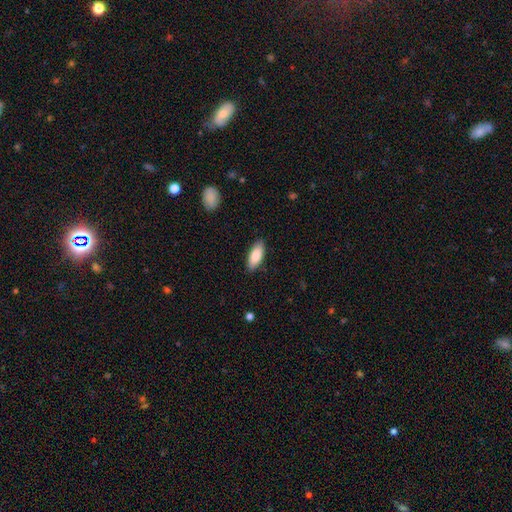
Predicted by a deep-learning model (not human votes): Smooth or featured? Predicted: smooth (p=0.86). How rounded? Predicted: in between (p=0.79). Merging? Predicted: none (p=0.87).